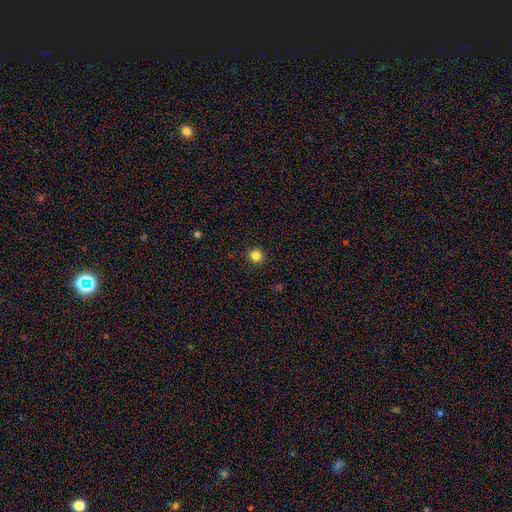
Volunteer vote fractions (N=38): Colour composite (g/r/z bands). It shows a smooth galaxy with no disk features (92%) that is round (97%). Merging: none (100%).